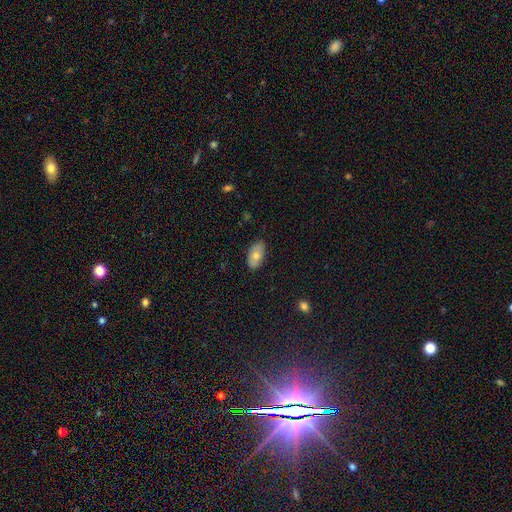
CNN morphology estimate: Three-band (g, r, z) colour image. It shows a smooth galaxy with no disk features (69%) that is in between round and cigar-shaped (93%). Merging: none (84%).